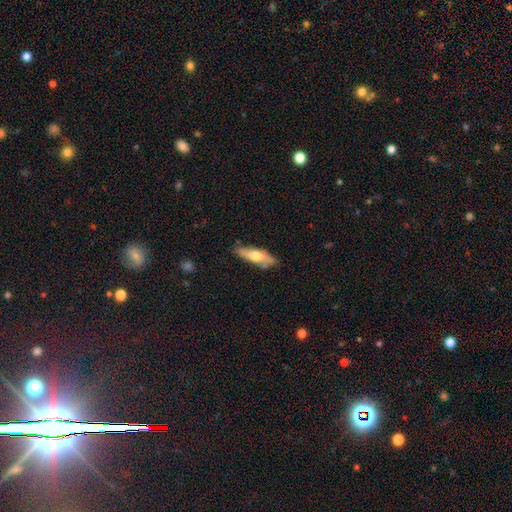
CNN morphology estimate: smooth-or-featured: smooth: 55% | featured or disk: 40% | star or artifact: 6%
  how-rounded: cigar-shaped: 54% | in between: 44% | round: 2%
  merging: none: 75% | minor disturbance: 17% | merger: 4% | major disturbance: 3%